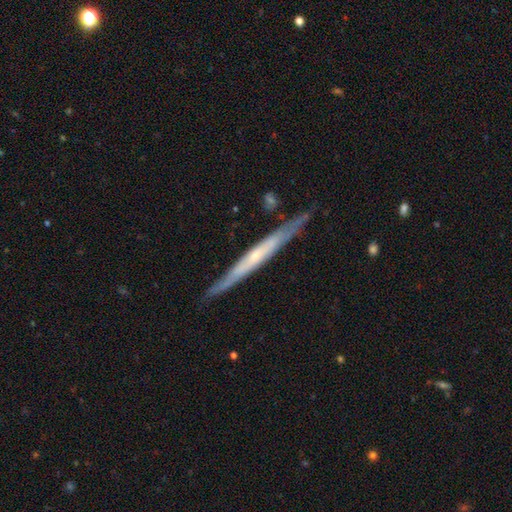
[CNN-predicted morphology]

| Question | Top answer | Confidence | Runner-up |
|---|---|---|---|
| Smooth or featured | featured or disk | 65% | smooth (29%) |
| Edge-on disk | yes | 93% | no (7%) |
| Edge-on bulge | none | 63% | rounded (31%) |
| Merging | none | 84% | minor disturbance (12%) |